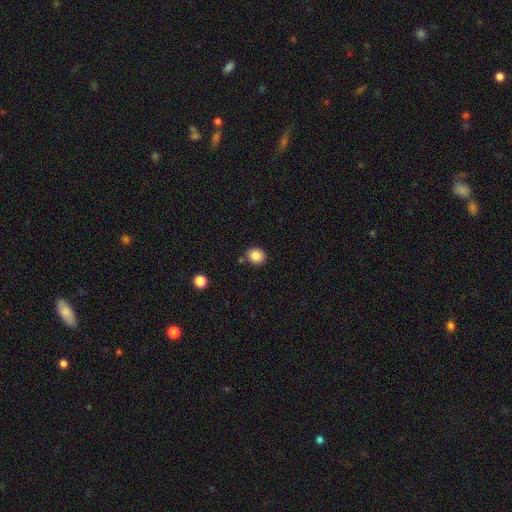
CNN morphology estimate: Overall: smooth (86%). How rounded: round (76%). Merging: none (83%).